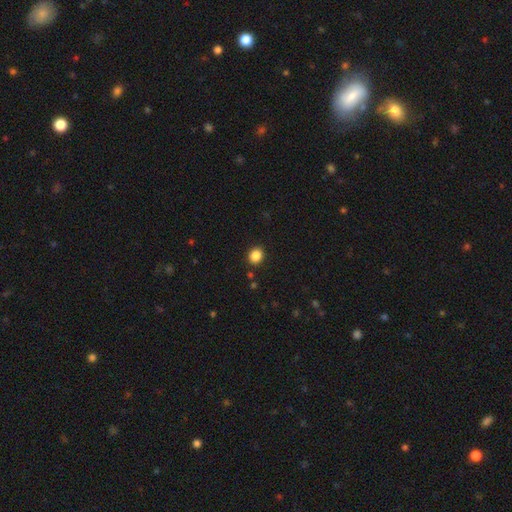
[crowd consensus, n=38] Smooth or featured: smooth — 92% (featured or disk — 5%)
How rounded: round — 77% (in between — 20%)
Merging: none — 86% (minor disturbance — 5%)